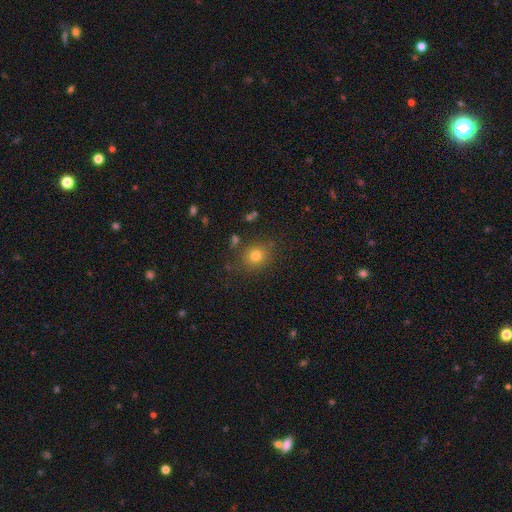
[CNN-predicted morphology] Smooth or featured: smooth — 78% (star or artifact — 14%)
How rounded: round — 77% (in between — 22%)
Merging: none — 82% (minor disturbance — 11%)